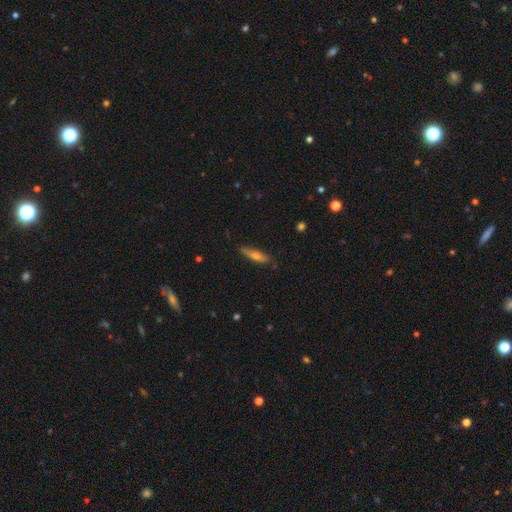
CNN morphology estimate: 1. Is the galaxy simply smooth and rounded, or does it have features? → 55% smooth, 37% featured or disk, 8% star or artifact.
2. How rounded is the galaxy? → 80% cigar-shaped, 18% in between, 2% round.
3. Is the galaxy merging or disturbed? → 85% none, 12% minor disturbance, 2% major disturbance, 1% merger.